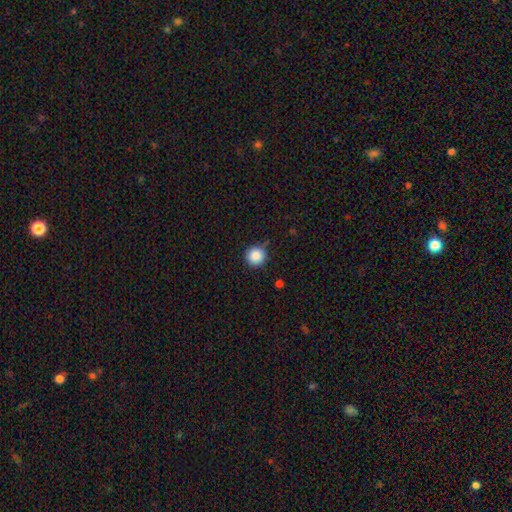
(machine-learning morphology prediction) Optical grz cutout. It shows a smooth galaxy with no disk features (87%) that is round (95%). Merging: none (82%).